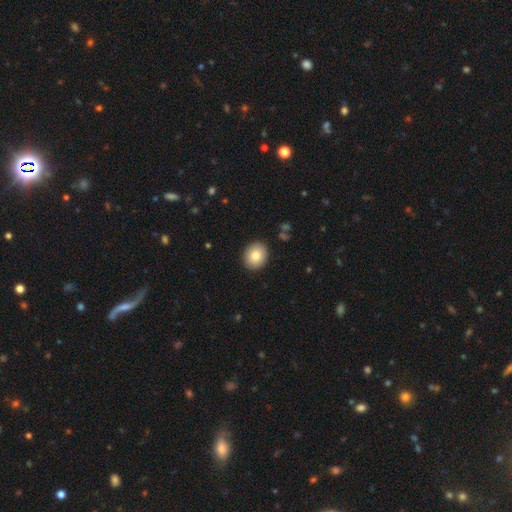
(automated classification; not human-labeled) This is clearly a smooth galaxy (84%). How rounded: possibly round (58%). Merging: clearly none (90%).